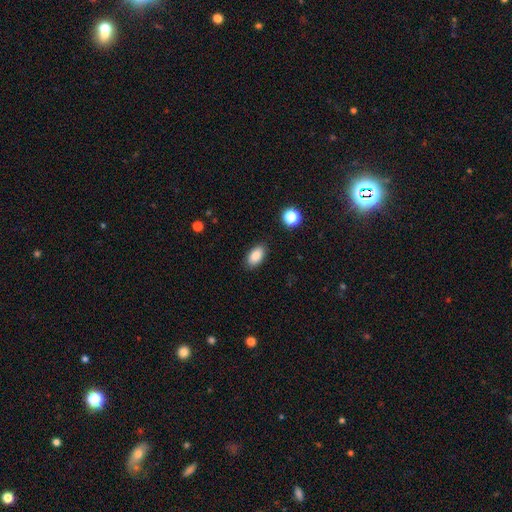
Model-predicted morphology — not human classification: smooth 87%, star or artifact 8%, featured or disk 5%. Down the decision tree: how rounded — in between (92%); merging — none (87%).